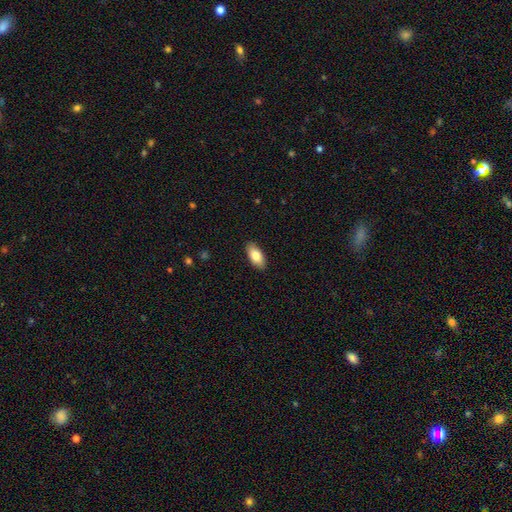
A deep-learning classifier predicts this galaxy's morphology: smooth 80%, featured or disk 14%, star or artifact 6%. Down the decision tree: how rounded — in between (90%); merging — none (89%).